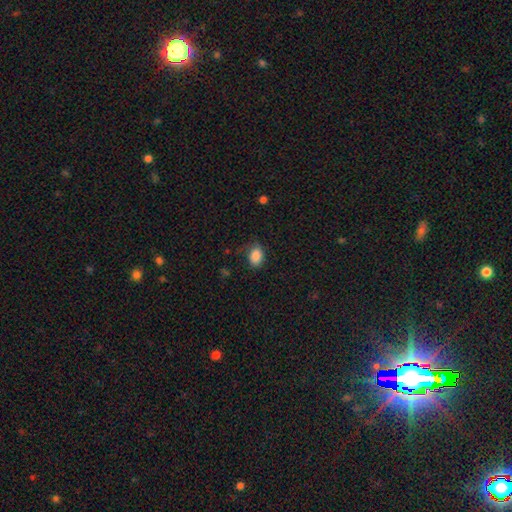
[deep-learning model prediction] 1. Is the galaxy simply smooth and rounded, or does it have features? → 86% smooth, 9% star or artifact, 5% featured or disk.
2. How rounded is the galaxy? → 75% in between, 24% round, 1% cigar-shaped.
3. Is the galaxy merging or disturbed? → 66% none, 24% minor disturbance, 8% major disturbance, 2% merger.